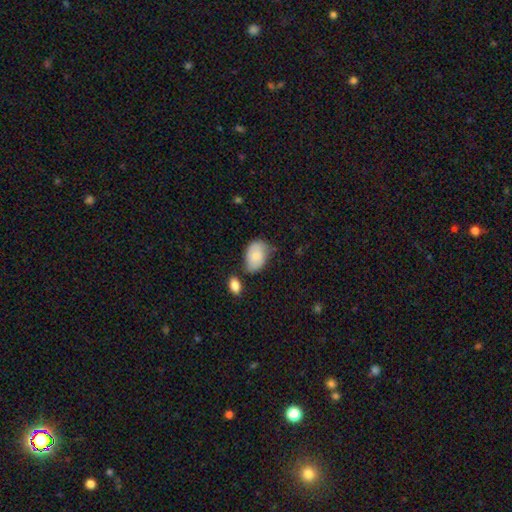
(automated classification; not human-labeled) smooth_or_featured: smooth (p=0.80) [alt: featured or disk p=0.14]
how_rounded: in between (p=0.88) [alt: round p=0.11]
merging: none (p=0.54) [alt: minor disturbance p=0.28]